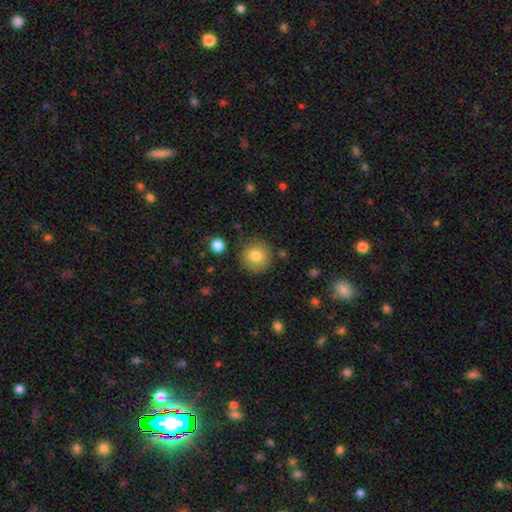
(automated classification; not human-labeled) Morphology: type=smooth (80%); roundness=round (91%); merging=none (82%).